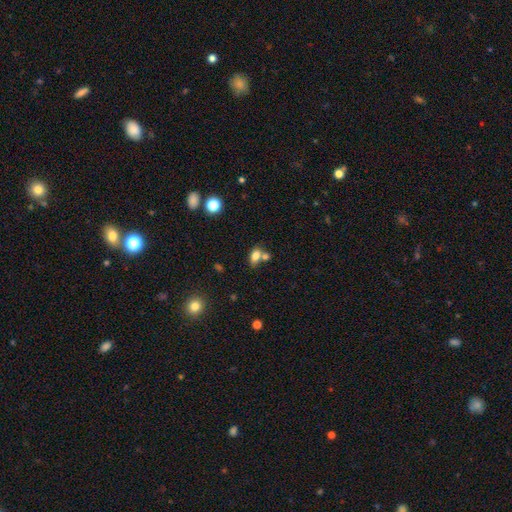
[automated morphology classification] Smooth or featured? Predicted: smooth (p=0.77). How rounded? Predicted: in between (p=0.82). Merging? Predicted: none (p=0.46).